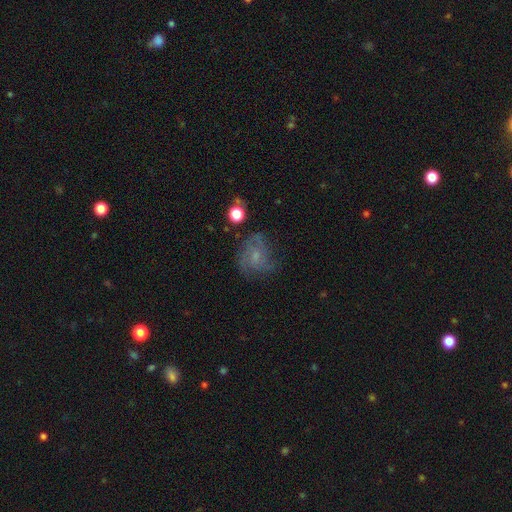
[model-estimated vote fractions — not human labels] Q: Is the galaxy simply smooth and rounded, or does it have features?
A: featured or disk — 51%.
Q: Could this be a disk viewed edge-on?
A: no — 97%.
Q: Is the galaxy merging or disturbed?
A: none — 57%.